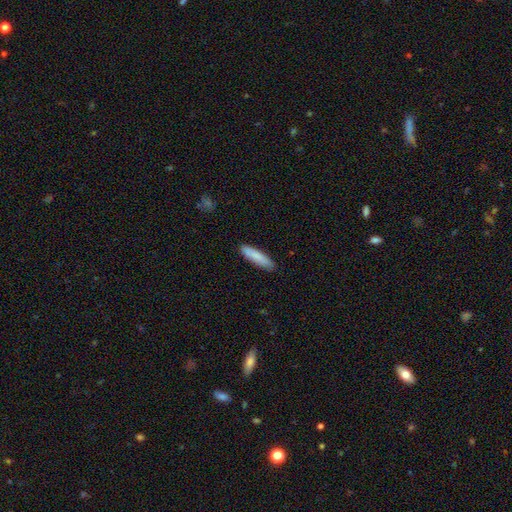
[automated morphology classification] Smooth or featured?
  - smooth: 85% *
  - featured or disk: 9%
  - star or artifact: 6%
How rounded?
  - cigar-shaped: 81% *
  - in between: 18%
  - round: 1%
Merging?
  - none: 87% *
  - minor disturbance: 10%
  - major disturbance: 2%
  - merger: 1%